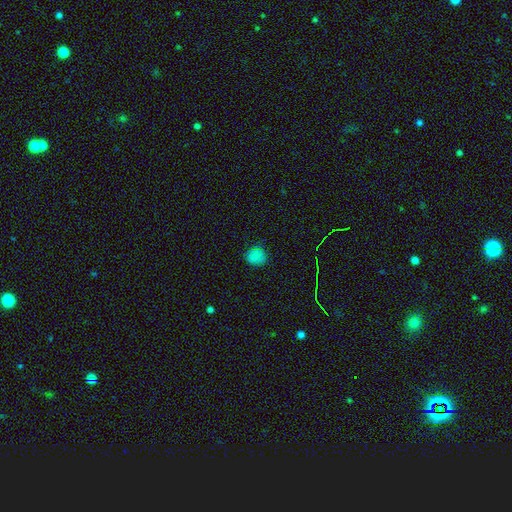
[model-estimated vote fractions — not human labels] This is likely a smooth galaxy (79%). How rounded: likely round (75%). Merging: clearly none (80%).